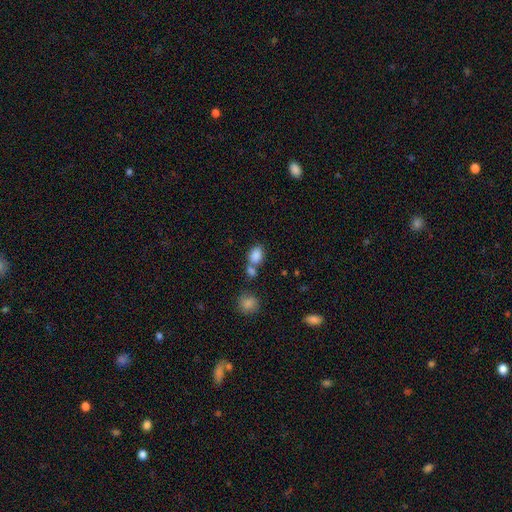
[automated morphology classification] type=smooth (85%); roundness=in between (79%); merging=none (47%).